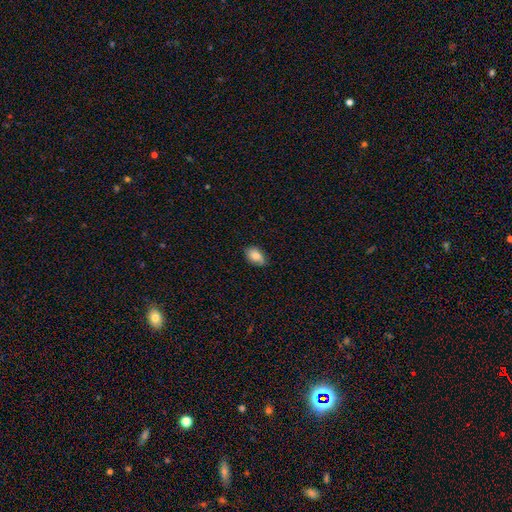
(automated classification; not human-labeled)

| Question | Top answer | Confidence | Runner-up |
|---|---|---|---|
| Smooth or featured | smooth | 83% | featured or disk (10%) |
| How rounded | in between | 89% | round (10%) |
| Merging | none | 73% | minor disturbance (22%) |